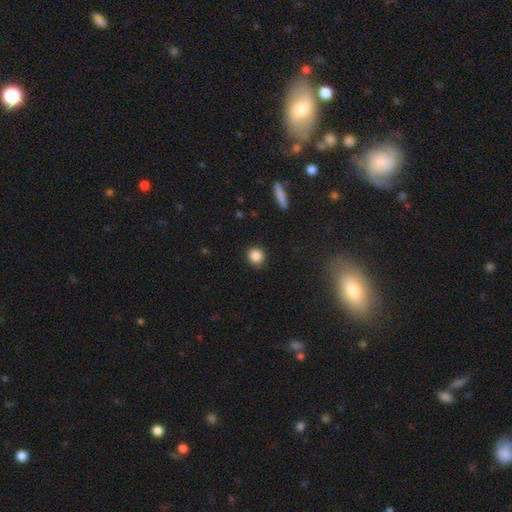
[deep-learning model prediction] smooth-or-featured: smooth: 86% | star or artifact: 10% | featured or disk: 4%
  how-rounded: round: 90% | in between: 9% | cigar-shaped: 1%
  merging: none: 86% | minor disturbance: 10% | major disturbance: 2% | merger: 1%